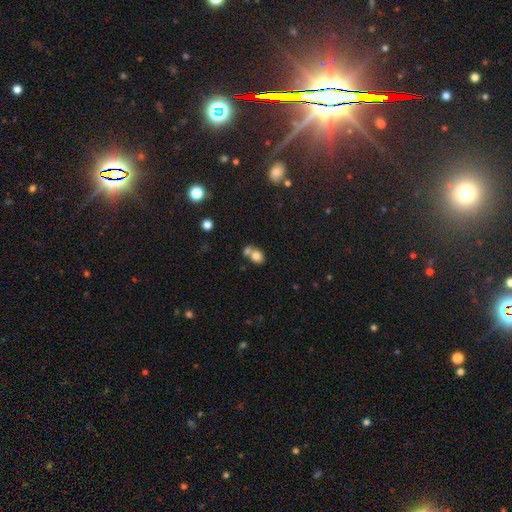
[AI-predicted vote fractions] This is likely a smooth galaxy (78%). How rounded: possibly round (50%). Merging: possibly merger (52%).